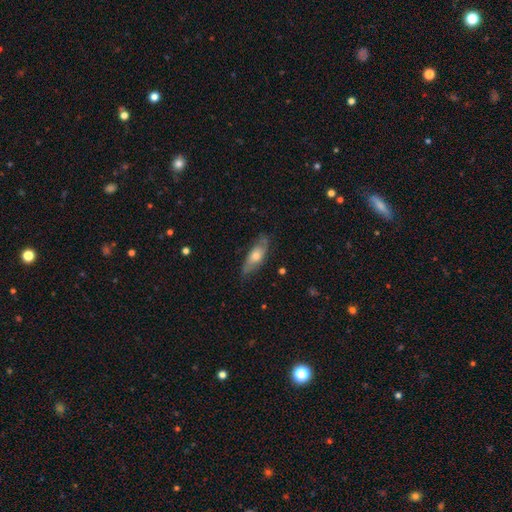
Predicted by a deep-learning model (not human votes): Overall: featured or disk (47%; smooth 46%). Merging: none (75%).